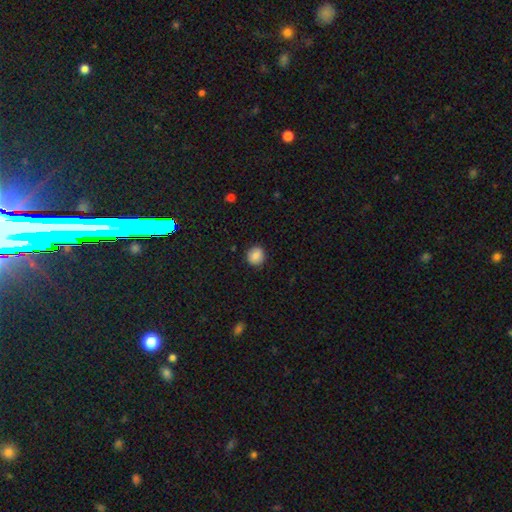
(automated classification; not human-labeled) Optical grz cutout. It shows a smooth galaxy with no disk features (85%) that is round (87%). Merging: none (87%).